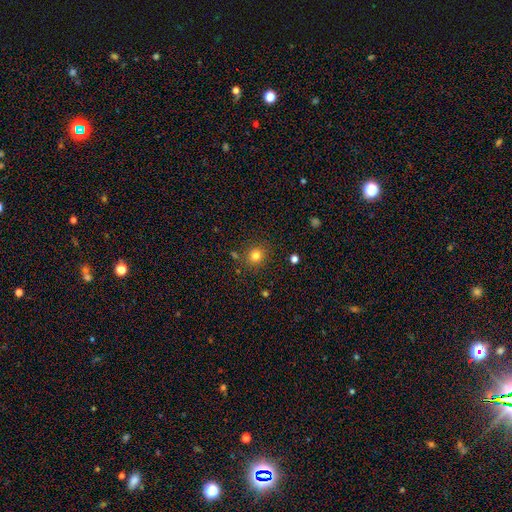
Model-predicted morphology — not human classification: smooth_or_featured: smooth (p=0.80) [alt: star or artifact p=0.14]
how_rounded: round (p=0.85) [alt: in between p=0.14]
merging: none (p=0.85) [alt: minor disturbance p=0.09]